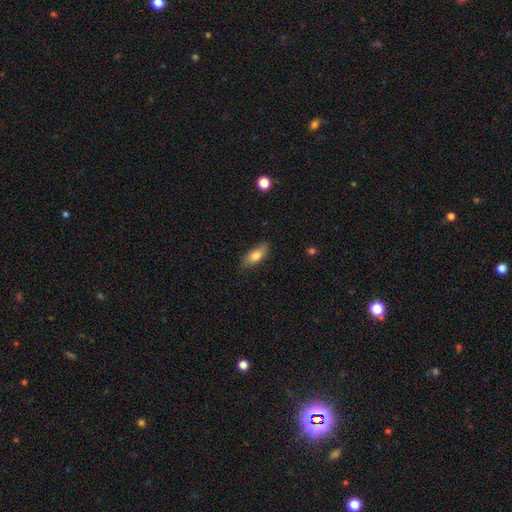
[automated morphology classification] smooth 77%, featured or disk 16%, star or artifact 7%. Down the decision tree: how rounded — in between (76%); merging — none (81%).